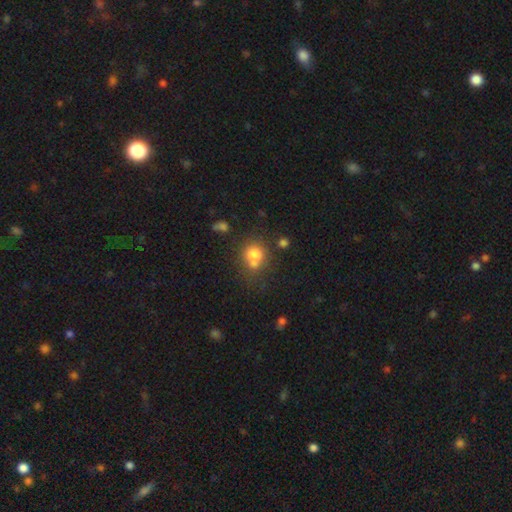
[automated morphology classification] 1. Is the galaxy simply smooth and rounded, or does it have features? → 73% smooth, 14% featured or disk, 13% star or artifact.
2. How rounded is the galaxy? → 69% round, 30% in between, 1% cigar-shaped.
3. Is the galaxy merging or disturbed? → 41% none, 38% merger, 14% minor disturbance, 7% major disturbance.